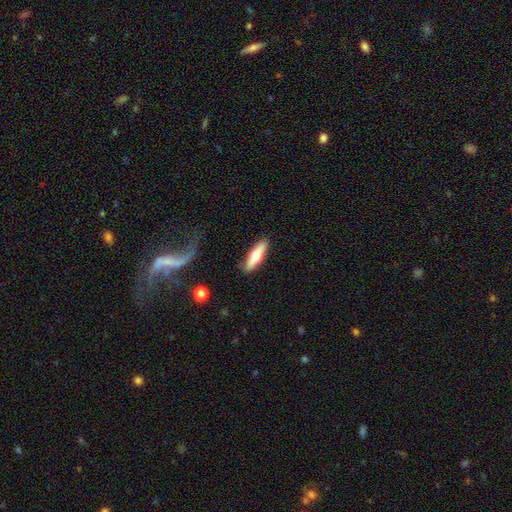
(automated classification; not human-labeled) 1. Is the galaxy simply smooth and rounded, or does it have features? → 57% smooth, 38% featured or disk, 6% star or artifact.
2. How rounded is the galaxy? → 68% cigar-shaped, 30% in between, 2% round.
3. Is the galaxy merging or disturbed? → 86% none, 10% minor disturbance, 2% major disturbance, 2% merger.